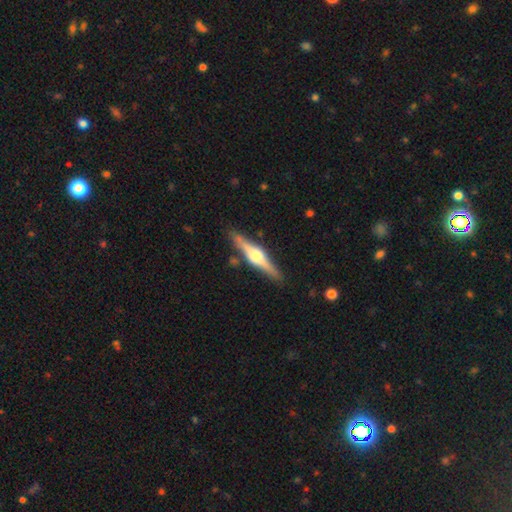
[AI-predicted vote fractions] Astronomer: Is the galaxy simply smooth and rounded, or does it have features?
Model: featured or disk — 78%.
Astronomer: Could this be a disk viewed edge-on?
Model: yes — 98%.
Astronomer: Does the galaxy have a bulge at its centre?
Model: rounded — 91%.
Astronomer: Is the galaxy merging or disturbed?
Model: none — 88%.